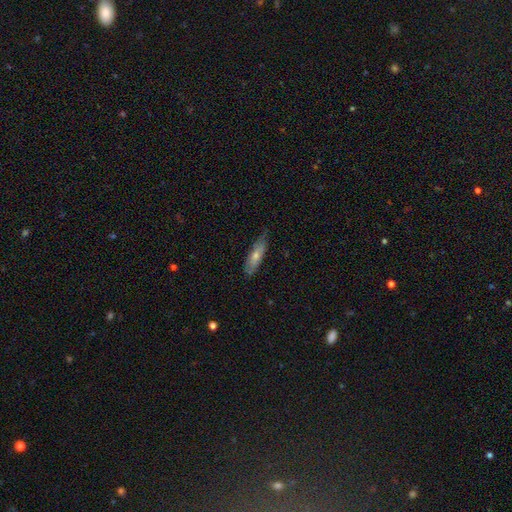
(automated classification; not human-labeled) A smooth galaxy with no disk features (47%). Merging: none (75%).